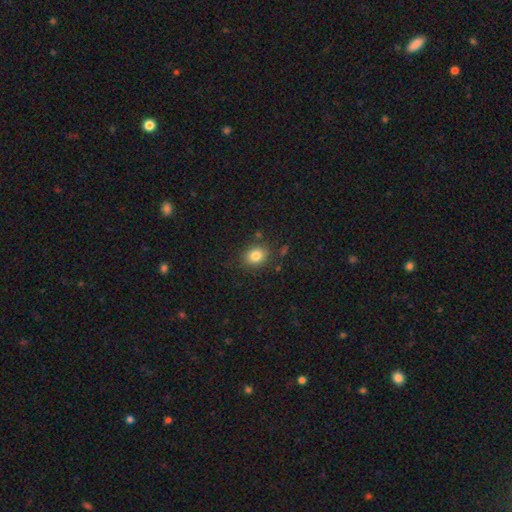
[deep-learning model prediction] Morphology: type=smooth (83%); roundness=round (52%); merging=none (83%).